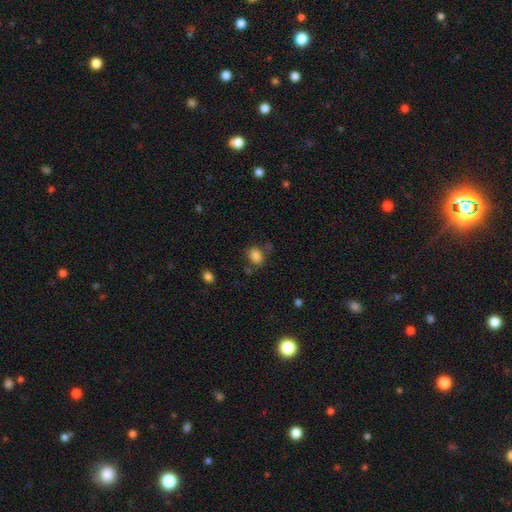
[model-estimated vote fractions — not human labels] Smooth or featured? Predicted: smooth (p=0.84). How rounded? Predicted: in between (p=0.51). Merging? Predicted: none (p=0.67).